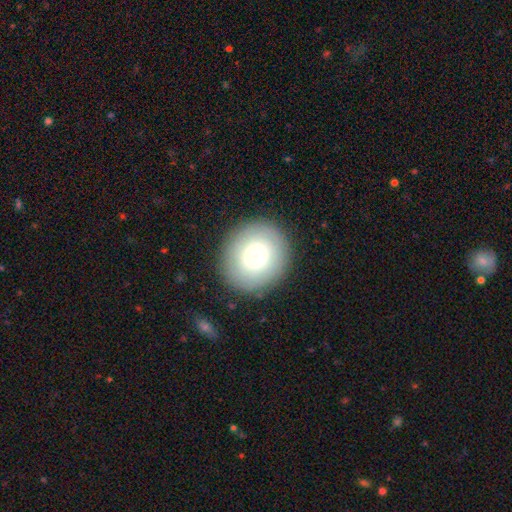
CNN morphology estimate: Smooth or featured: smooth — 75% (featured or disk — 17%)
How rounded: round — 87% (in between — 12%)
Merging: none — 88% (minor disturbance — 8%)